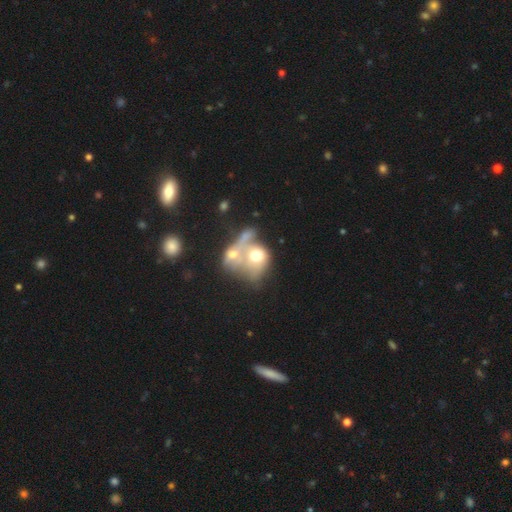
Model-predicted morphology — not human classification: The model was most divided on "smooth or featured": smooth: 50%, featured or disk: 39%, star or artifact: 11%. More confident: merging — merger (69%).